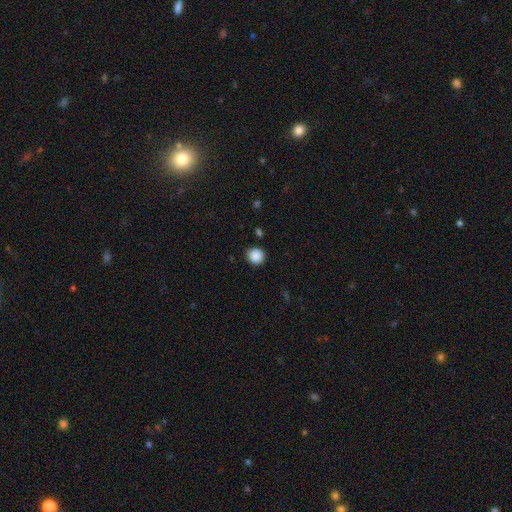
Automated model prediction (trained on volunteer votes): A smooth galaxy with no disk features (88%) that is round (90%). Merging: none (88%).